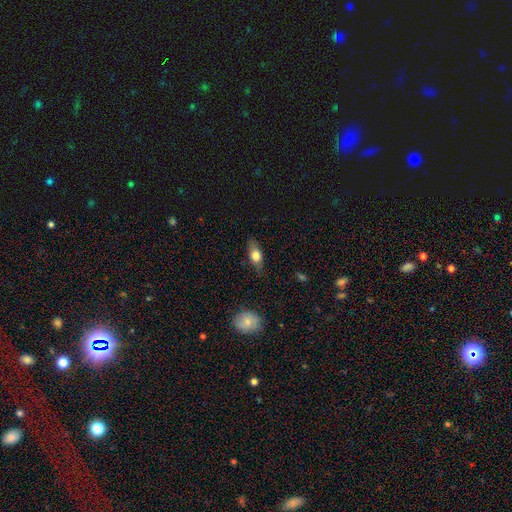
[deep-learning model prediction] smooth 68%, featured or disk 25%, star or artifact 8%. Down the decision tree: how rounded — in between (74%); merging — none (78%).